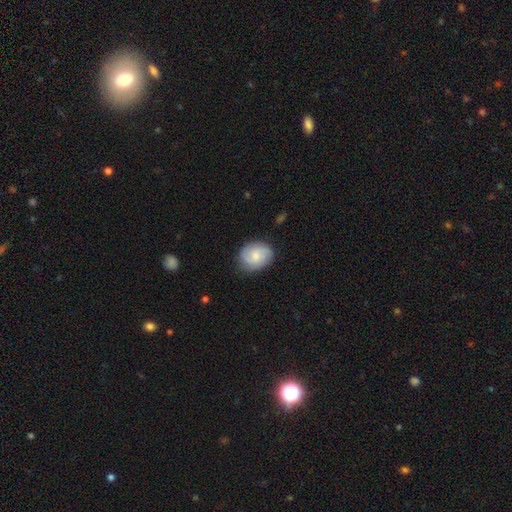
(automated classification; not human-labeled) smooth-or-featured: smooth: 47% (tied) | featured or disk: 47% (tied) | star or artifact: 7%
  merging: none: 79% | minor disturbance: 16% | major disturbance: 4% | merger: 1%